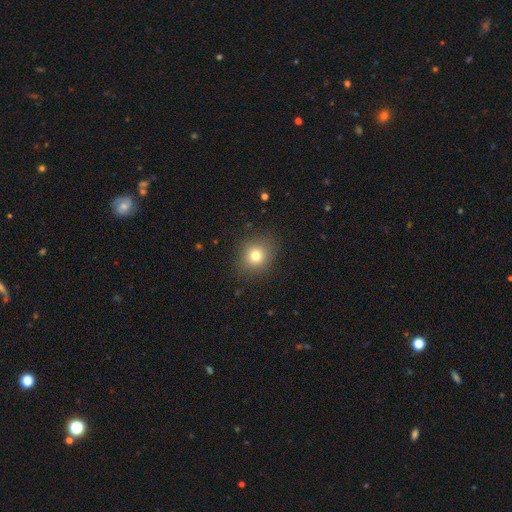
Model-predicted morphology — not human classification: A smooth galaxy with no disk features (77%) that is round (79%).

Vote fractions:
- Smooth or featured? smooth: 77% / star or artifact: 13% / featured or disk: 9%
- How rounded? round: 79% / in between: 20% / cigar-shaped: 1%
- Merging? none: 86% / minor disturbance: 9% / major disturbance: 3% / merger: 1%